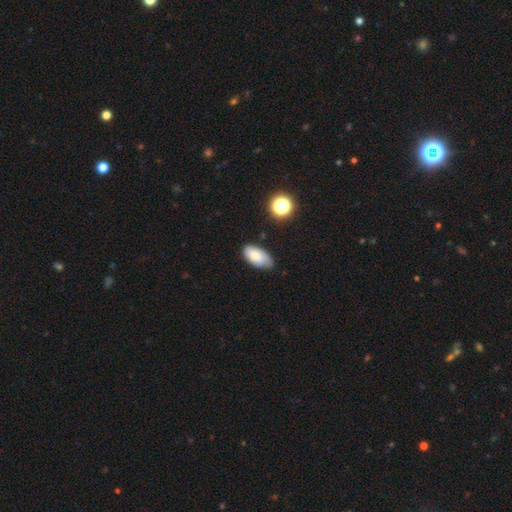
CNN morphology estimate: smooth 74%, featured or disk 17%, star or artifact 9%. Down the decision tree: how rounded — in between (93%); merging — none (64%).